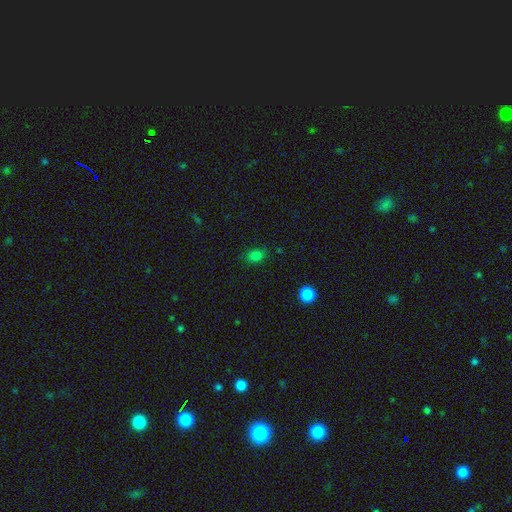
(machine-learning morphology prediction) Smooth or featured? Predicted: smooth (p=0.79). How rounded? Predicted: in between (p=0.65). Merging? Predicted: none (p=0.80).